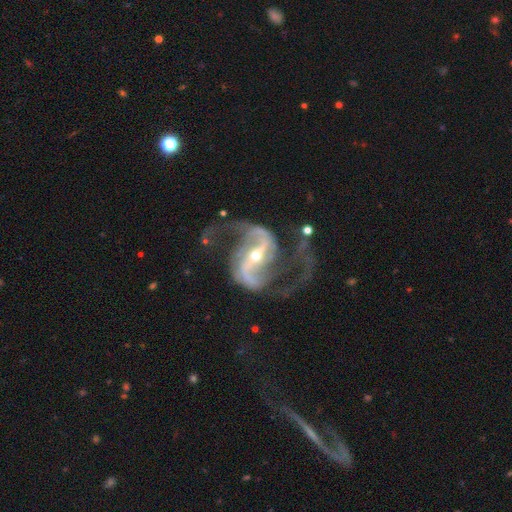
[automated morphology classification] smooth-or-featured: featured or disk: 93% | star or artifact: 5% | smooth: 2%
  disk-edge-on: no: 97% | yes: 3%
    bar: strong: 61% | weak: 26% | no: 13%
    has-spiral-arms: yes: 98% | no: 2%
      spiral-winding: loose: 50% | medium: 42% | tight: 8%
      spiral-arm-count: 2: 93% | can't tell: 2% | 3: 2% | 1: 1% | 4: 1% | more than 4: 1%
    bulge-size: small: 65% | moderate: 32% | large: 2% | none: 1% | dominant: 1%
  merging: none: 66% | major disturbance: 17% | minor disturbance: 15% | merger: 3%